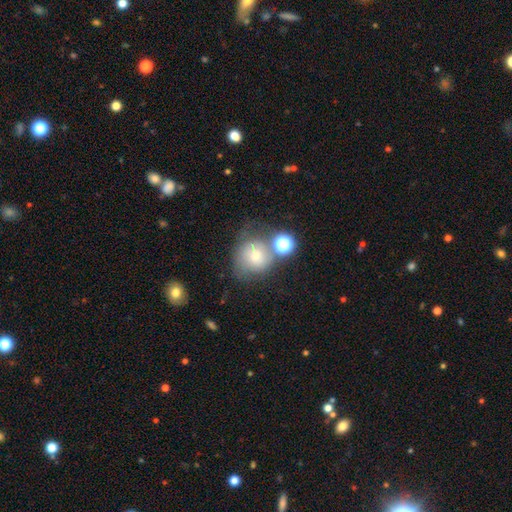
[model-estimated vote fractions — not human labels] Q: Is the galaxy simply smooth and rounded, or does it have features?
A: smooth — 57%.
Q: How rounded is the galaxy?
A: round — 80%.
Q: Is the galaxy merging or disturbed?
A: none — 50%.